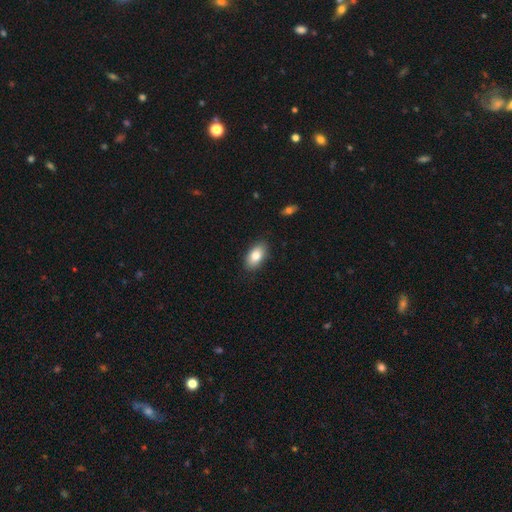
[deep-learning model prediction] Smooth or featured?
  - smooth: 83% *
  - featured or disk: 10%
  - star or artifact: 7%
How rounded?
  - in between: 93% *
  - round: 4%
  - cigar-shaped: 3%
Merging?
  - none: 87% *
  - minor disturbance: 10%
  - major disturbance: 2%
  - merger: 1%